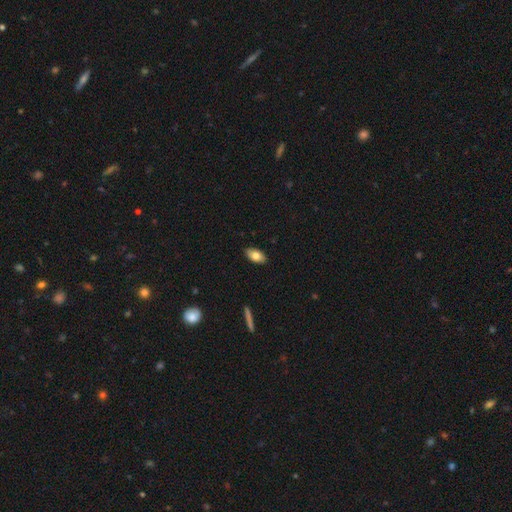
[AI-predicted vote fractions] smooth 79%, featured or disk 15%, star or artifact 7%. Down the decision tree: how rounded — in between (92%); merging — none (89%).